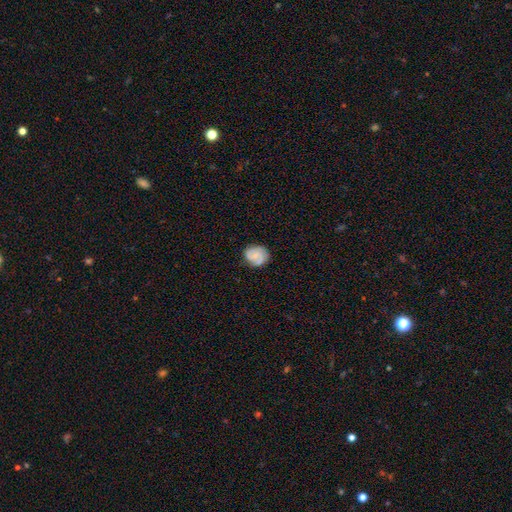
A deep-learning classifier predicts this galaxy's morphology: Smooth or featured: smooth — 52% (featured or disk — 40%)
How rounded: round — 59% (in between — 40%)
Merging: none — 76% (minor disturbance — 18%)